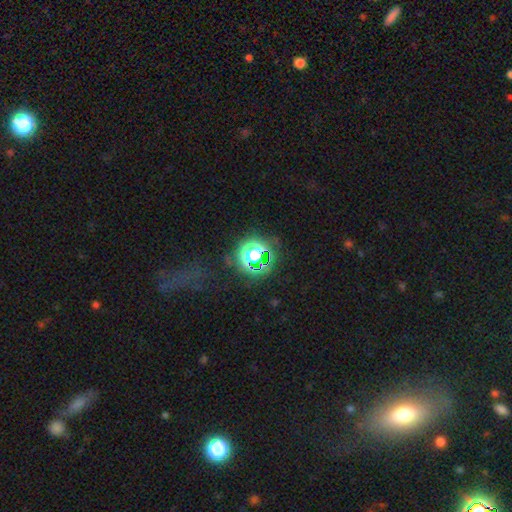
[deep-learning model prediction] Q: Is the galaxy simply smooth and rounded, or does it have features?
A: star or artifact — 62%.